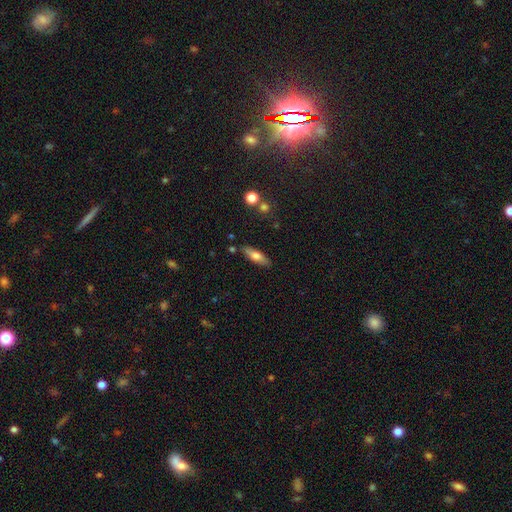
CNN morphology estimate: The model was most divided on "how rounded": cigar-shaped: 55%, in between: 43%, round: 2%. More confident: merging — none (82%); smooth or featured — smooth (66%).